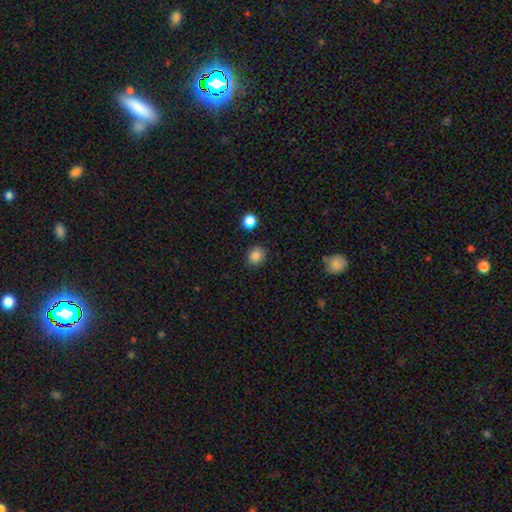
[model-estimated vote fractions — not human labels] A smooth galaxy with no disk features (85%) that is round (78%). Merging: none (89%).